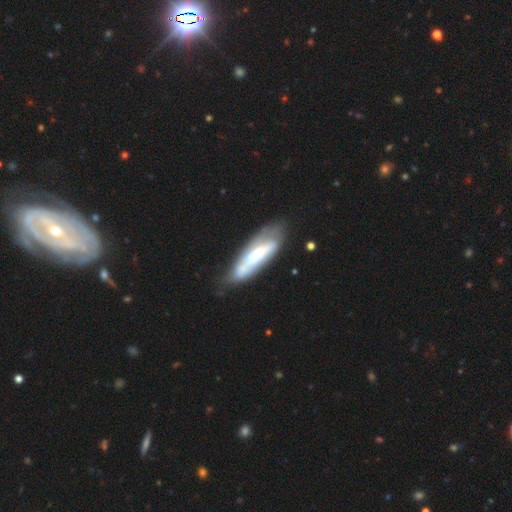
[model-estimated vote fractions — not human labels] A featured or disk galaxy (61%). Merging: none (53%).